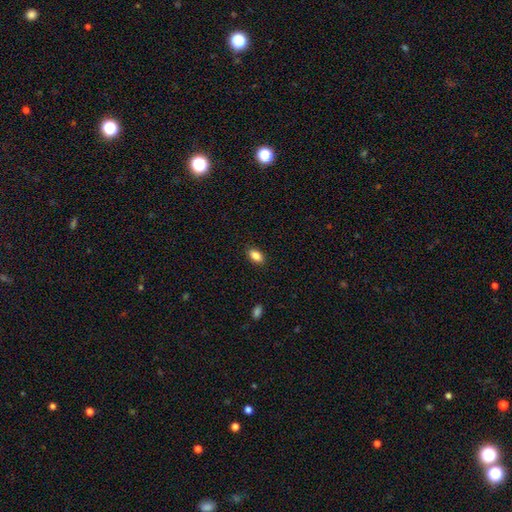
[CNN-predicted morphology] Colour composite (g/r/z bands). It shows a smooth galaxy with no disk features (87%) that is in between round and cigar-shaped (90%). Merging: none (89%).